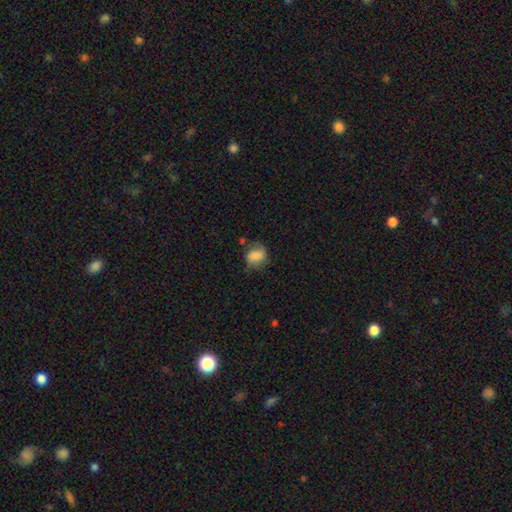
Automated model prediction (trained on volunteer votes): A smooth galaxy with no disk features (72%) that is in between round and cigar-shaped (54%). Merging: none (53%).